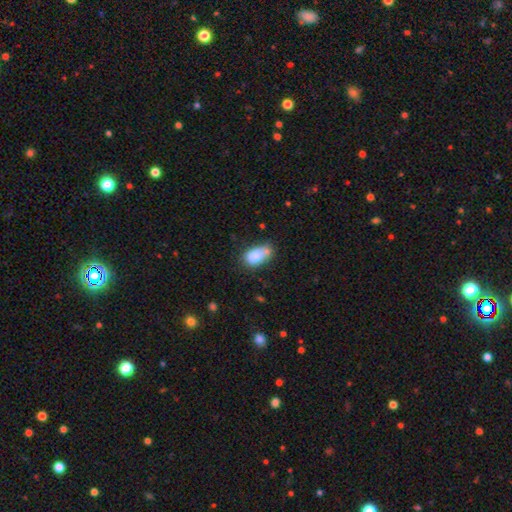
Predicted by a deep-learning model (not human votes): Smooth or featured?
  - smooth: 82% *
  - featured or disk: 10%
  - star or artifact: 8%
How rounded?
  - in between: 91% *
  - round: 6%
  - cigar-shaped: 4%
Merging?
  - none: 49% *
  - minor disturbance: 30%
  - merger: 12%
  - major disturbance: 8%